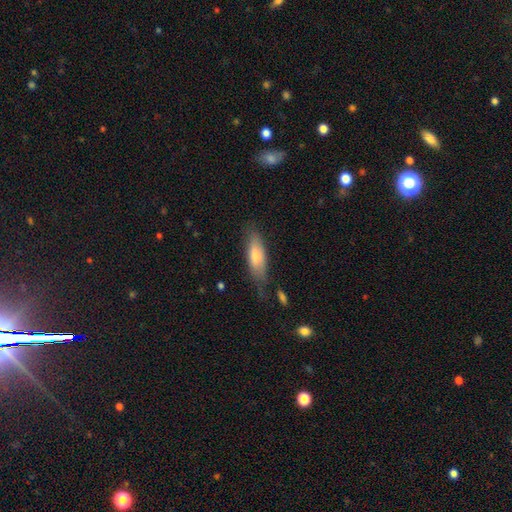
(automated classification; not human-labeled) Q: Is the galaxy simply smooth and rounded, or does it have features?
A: smooth — 68%.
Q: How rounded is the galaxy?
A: in between — 57%.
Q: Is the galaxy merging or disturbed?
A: none — 67%.